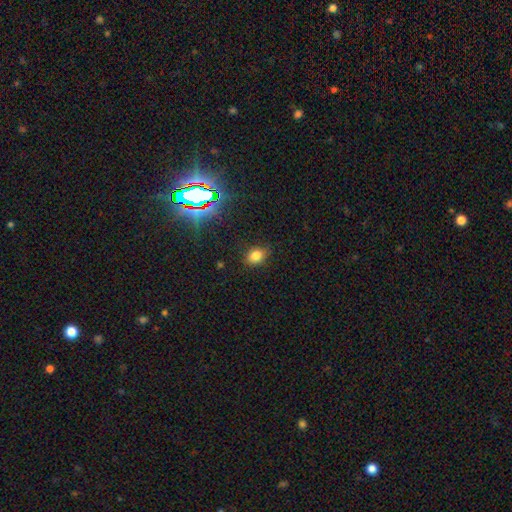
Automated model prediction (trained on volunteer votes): smooth-or-featured: smooth: 79% | star or artifact: 15% | featured or disk: 6%
  how-rounded: in between: 64% | round: 35% | cigar-shaped: 1%
  merging: none: 81% | minor disturbance: 14% | major disturbance: 3% | merger: 1%